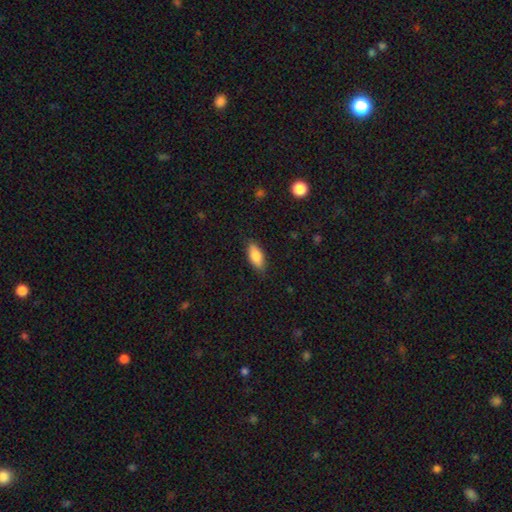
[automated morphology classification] This is clearly a smooth galaxy (82%). How rounded: clearly in between (81%). Merging: clearly none (84%).